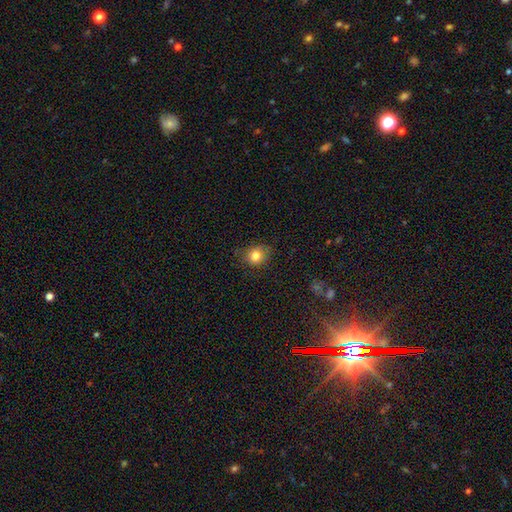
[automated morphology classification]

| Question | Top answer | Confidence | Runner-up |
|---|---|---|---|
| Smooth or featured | smooth | 82% | star or artifact (11%) |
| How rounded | round | 65% | in between (34%) |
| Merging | none | 74% | minor disturbance (20%) |